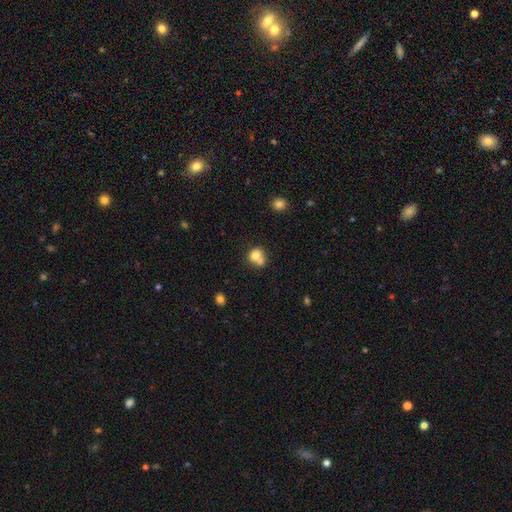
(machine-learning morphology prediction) This is likely a smooth galaxy (74%). How rounded: likely round (71%). Merging: possibly merger (53%).